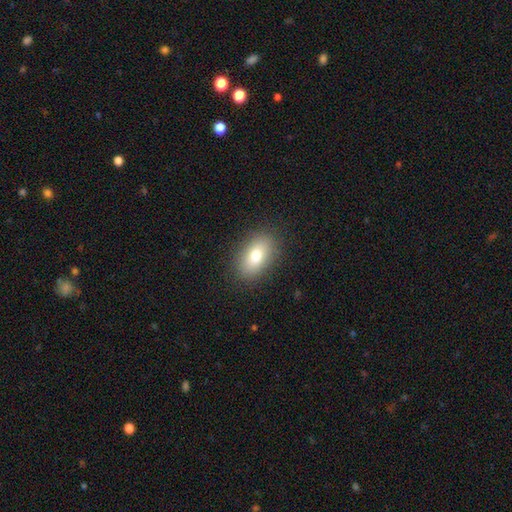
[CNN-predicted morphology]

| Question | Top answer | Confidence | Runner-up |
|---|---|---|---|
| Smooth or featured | smooth | 77% | featured or disk (14%) |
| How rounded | in between | 87% | round (10%) |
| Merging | none | 87% | minor disturbance (9%) |